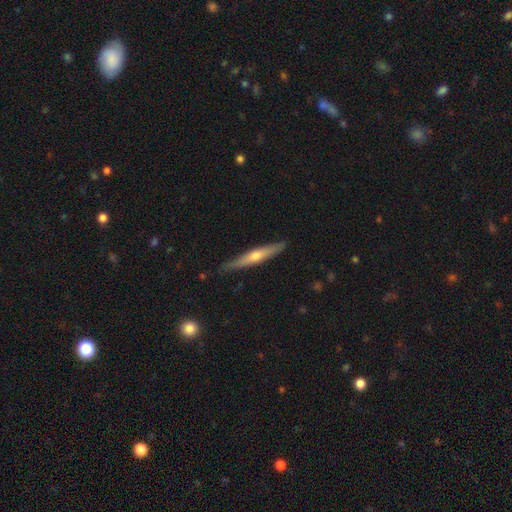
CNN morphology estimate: smooth-or-featured: featured or disk: 60% | smooth: 35% | star or artifact: 6%
  disk-edge-on: yes: 95% | no: 5%
    edge-on-bulge: rounded: 84% | none: 12% | boxy: 4%
  merging: none: 86% | minor disturbance: 12% | major disturbance: 2% | merger: 1%